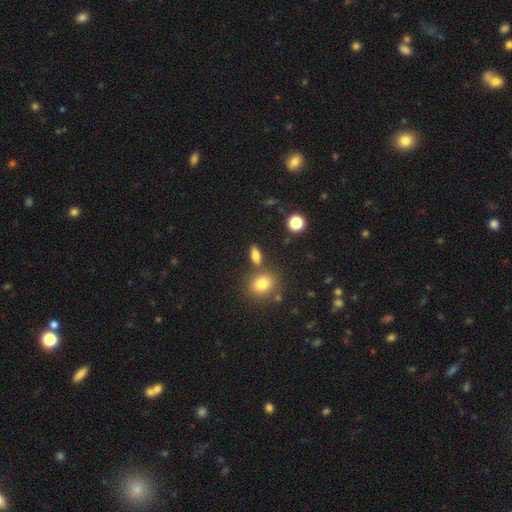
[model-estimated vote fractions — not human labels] This is likely a smooth galaxy (76%). How rounded: likely in between (67%). Merging: likely none (73%).